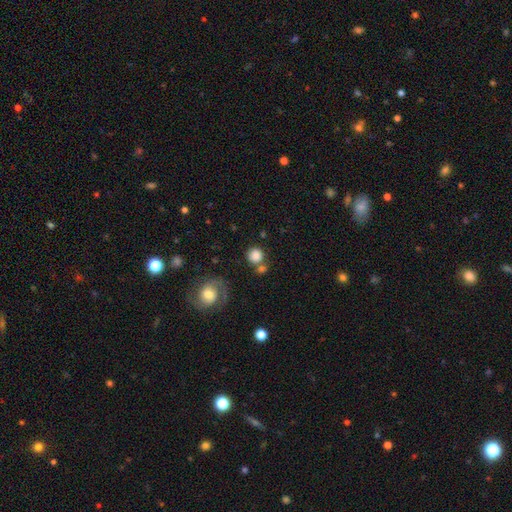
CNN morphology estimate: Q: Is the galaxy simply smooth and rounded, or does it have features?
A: smooth — 82%.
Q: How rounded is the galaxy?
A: round — 90%.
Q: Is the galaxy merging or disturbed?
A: none — 63%.